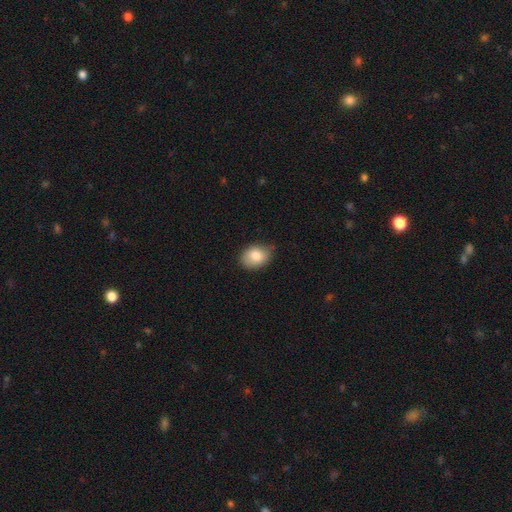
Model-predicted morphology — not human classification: Q: Smooth or featured?
A: smooth (83%); runner-up: featured or disk (10%)
Q: How rounded?
A: in between (69%); runner-up: round (30%)
Q: Merging?
A: none (72%); runner-up: minor disturbance (23%)